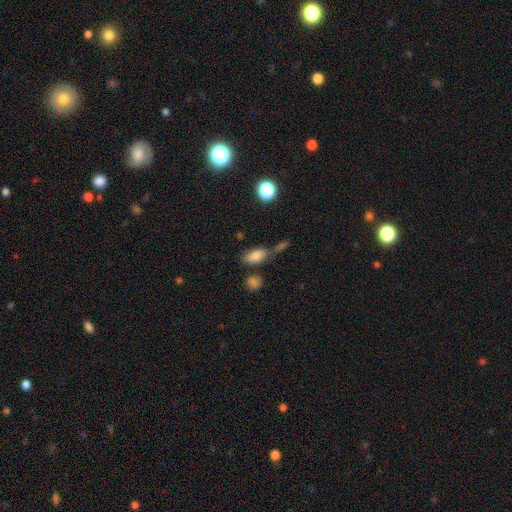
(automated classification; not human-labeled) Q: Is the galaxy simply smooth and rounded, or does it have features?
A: smooth — 80%.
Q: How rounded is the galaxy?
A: in between — 87%.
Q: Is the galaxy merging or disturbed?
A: none — 57%.